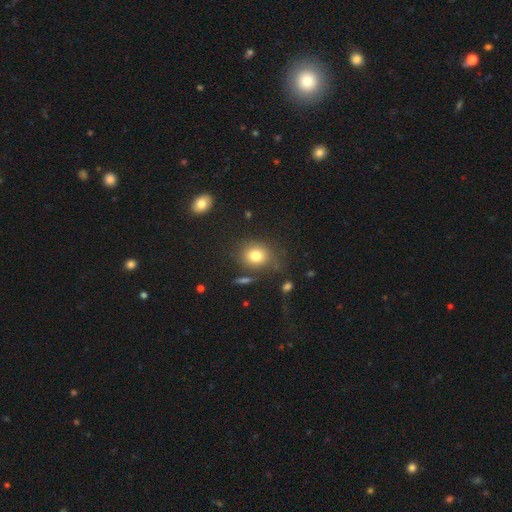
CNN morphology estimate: Q: Smooth or featured?
A: smooth (78%); runner-up: star or artifact (12%)
Q: How rounded?
A: round (73%); runner-up: in between (26%)
Q: Merging?
A: none (74%); runner-up: minor disturbance (15%)